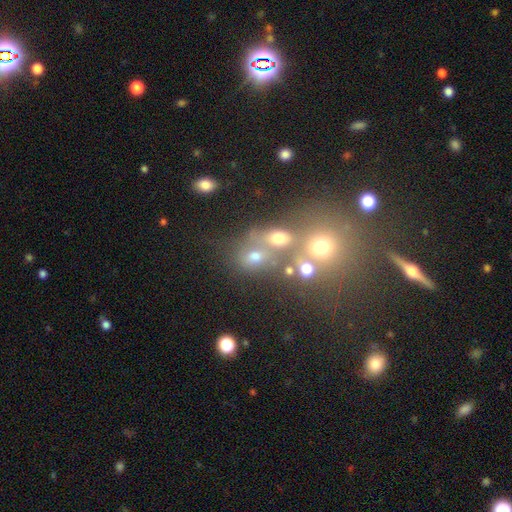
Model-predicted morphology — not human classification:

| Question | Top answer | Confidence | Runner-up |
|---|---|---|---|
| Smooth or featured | smooth | 41% | star or artifact (40%) |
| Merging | none | 46% | merger (40%) |